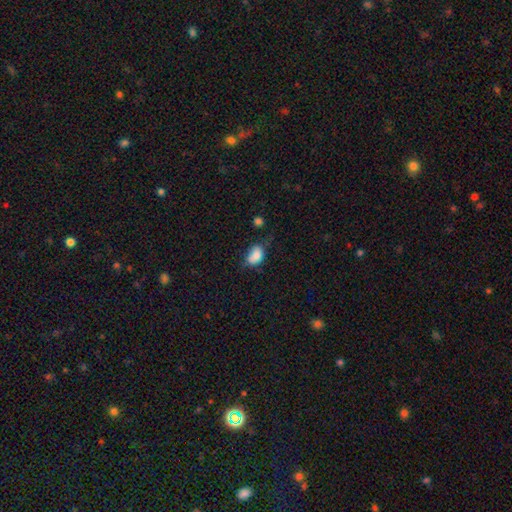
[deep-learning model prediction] smooth 83%, star or artifact 9%, featured or disk 8%. Down the decision tree: how rounded — in between (82%); merging — none (44%).